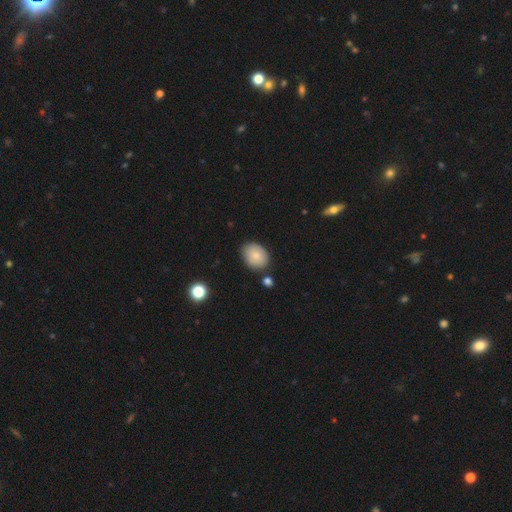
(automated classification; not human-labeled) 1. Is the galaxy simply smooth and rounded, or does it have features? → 83% smooth, 9% featured or disk, 8% star or artifact.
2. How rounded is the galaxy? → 71% in between, 28% round, 1% cigar-shaped.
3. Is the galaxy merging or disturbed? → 80% none, 13% minor disturbance, 4% merger, 3% major disturbance.